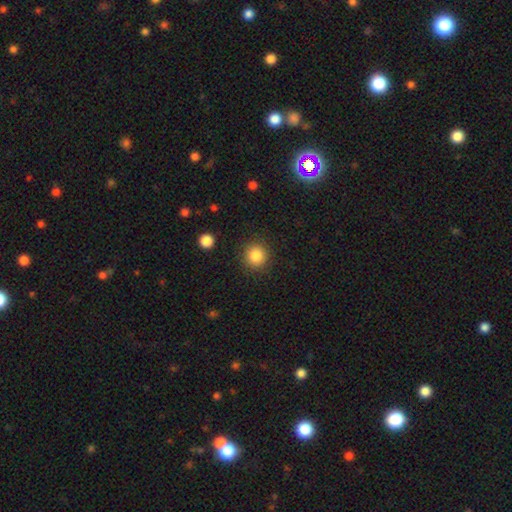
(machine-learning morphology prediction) type=smooth (85%); roundness=round (92%); merging=none (89%).